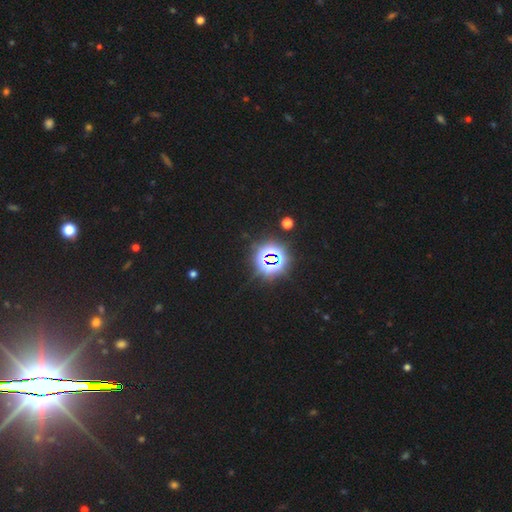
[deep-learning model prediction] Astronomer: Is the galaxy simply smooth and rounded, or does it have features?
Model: star or artifact — 83%.